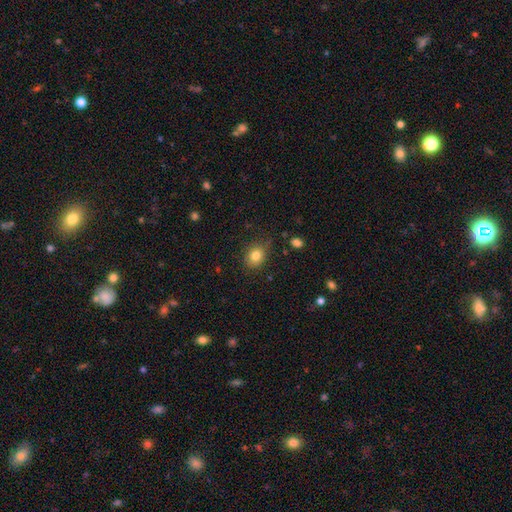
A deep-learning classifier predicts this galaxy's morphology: smooth-or-featured: smooth: 81% | star or artifact: 11% | featured or disk: 8%
  how-rounded: round: 54% | in between: 45% | cigar-shaped: 1%
  merging: none: 76% | minor disturbance: 18% | major disturbance: 4% | merger: 2%